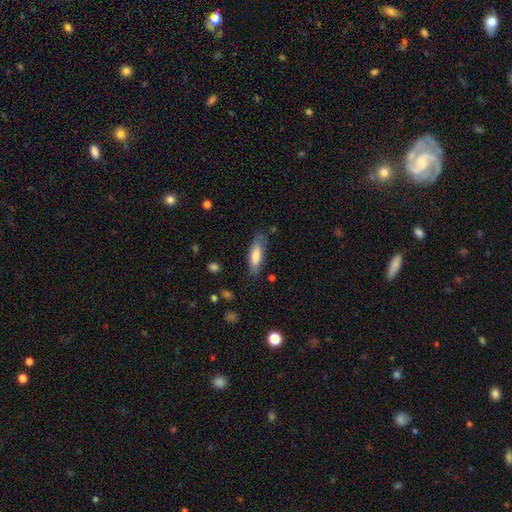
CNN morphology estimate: smooth 75%, featured or disk 18%, star or artifact 6%. Down the decision tree: how rounded — in between (53%); merging — none (74%).